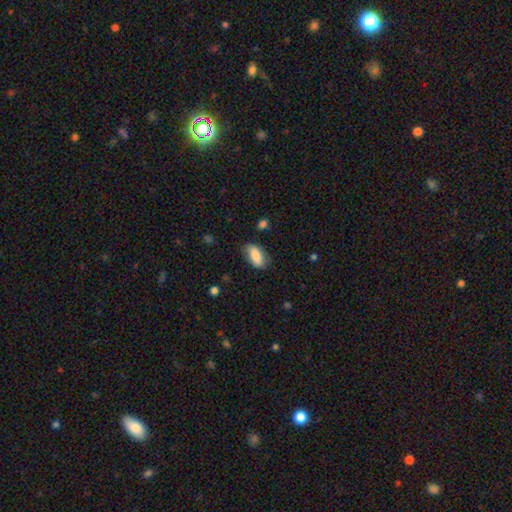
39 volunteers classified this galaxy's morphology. smooth-or-featured: smooth: 67% | featured or disk: 26% | star or artifact: 8%
  how-rounded: in between: 92% | round: 4% | cigar-shaped: 4%
  merging: none: 78% | minor disturbance: 14% | major disturbance: 6% | merger: 3%